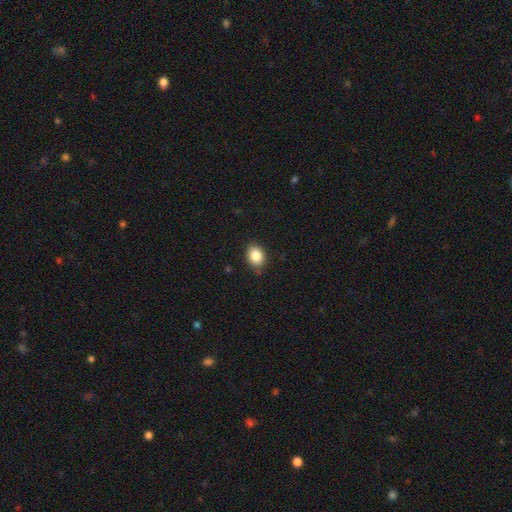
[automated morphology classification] The model was most divided on "how rounded": in between: 60%, round: 39%, cigar-shaped: 1%. More confident: merging — none (87%); smooth or featured — smooth (86%).